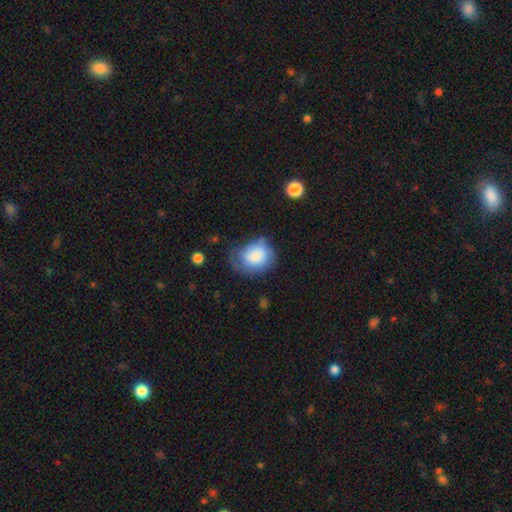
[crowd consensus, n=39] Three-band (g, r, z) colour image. It shows a smooth galaxy with no disk features (64%) that is round (72%). Merging: none (42%).